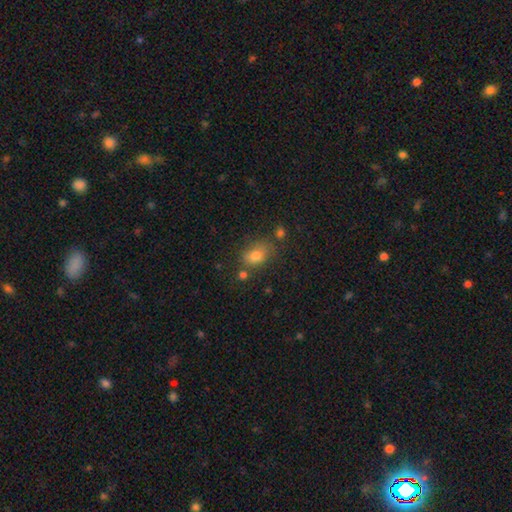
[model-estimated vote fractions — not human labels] Smooth or featured: smooth — 79% (star or artifact — 12%)
How rounded: in between — 70% (round — 28%)
Merging: none — 64% (minor disturbance — 19%)